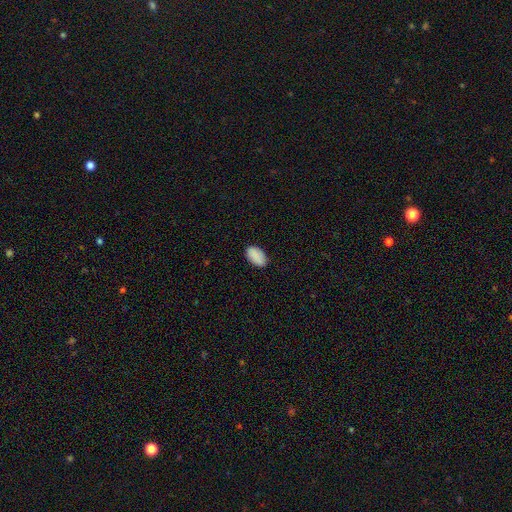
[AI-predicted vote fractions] The model was most divided on "merging": none: 85%, minor disturbance: 12%, major disturbance: 2%, merger: 1%. More confident: how rounded — in between (94%); smooth or featured — smooth (89%).